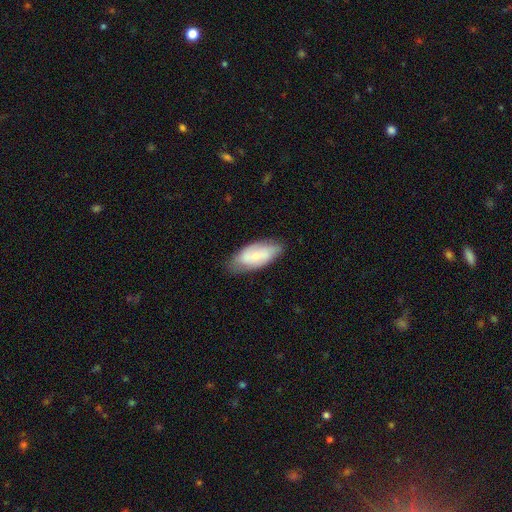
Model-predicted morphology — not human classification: Smooth or featured?
  - smooth: 53% *
  - featured or disk: 41%
  - star or artifact: 7%
How rounded?
  - in between: 89% *
  - cigar-shaped: 9%
  - round: 2%
Merging?
  - none: 70% *
  - minor disturbance: 23%
  - major disturbance: 5%
  - merger: 1%